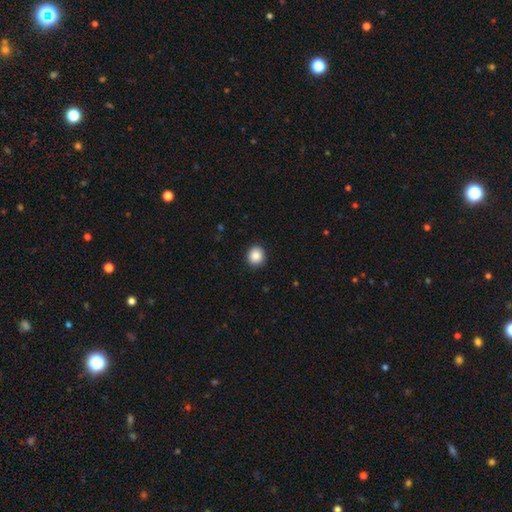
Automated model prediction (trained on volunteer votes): This appears to be a smooth galaxy with no disk features (87%) that is round (80%). Merging: none (90%).